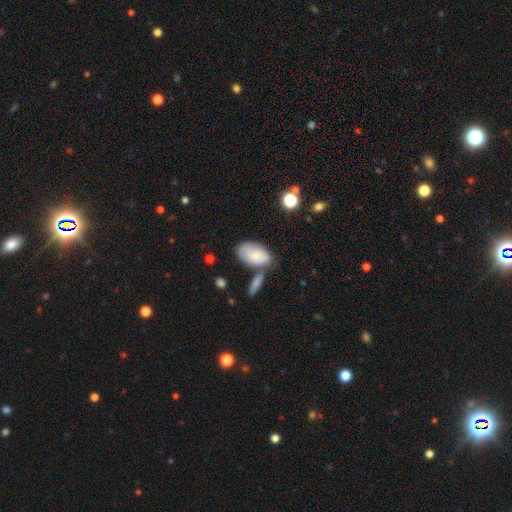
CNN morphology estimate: Overall: smooth (69%). How rounded: in between (93%). Merging: none (48%; minor disturbance 23%).